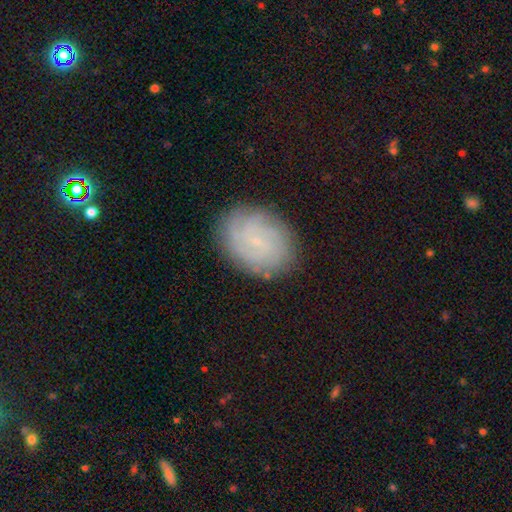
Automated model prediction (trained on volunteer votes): Overall: featured or disk (68%). Edge-on disk: no (97%). Bar: no (64%; weak 32%). Spiral arms: yes (91%). Spiral arm count: can't tell (35%; 3 19%). Spiral winding: tight (61%; medium 30%). Bulge size: small (79%). Merging: none (80%).